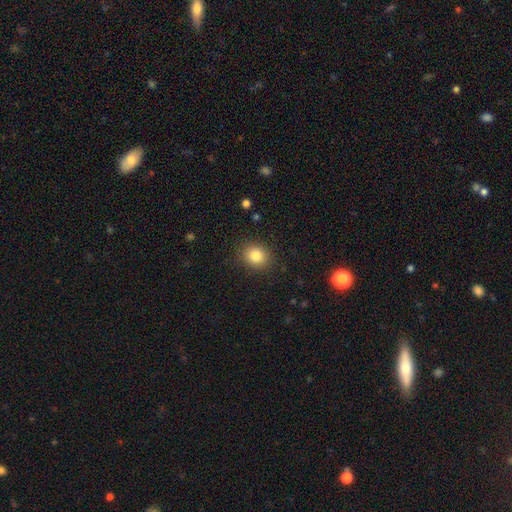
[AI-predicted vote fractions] The model was most divided on "how rounded": round: 69%, in between: 30%, cigar-shaped: 1%. More confident: merging — none (88%); smooth or featured — smooth (84%).